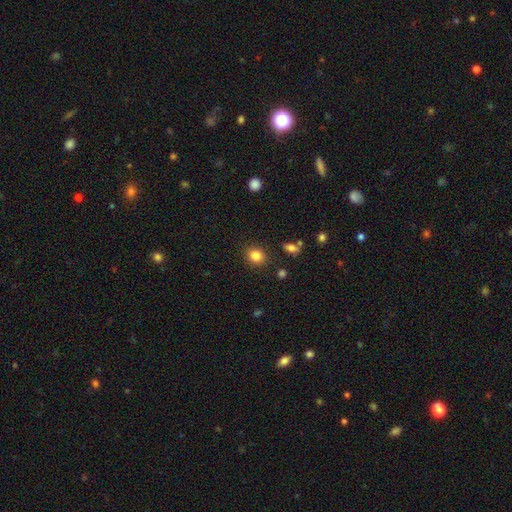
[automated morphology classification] This is clearly a smooth galaxy (84%). How rounded: possibly round (60%). Merging: clearly none (86%).